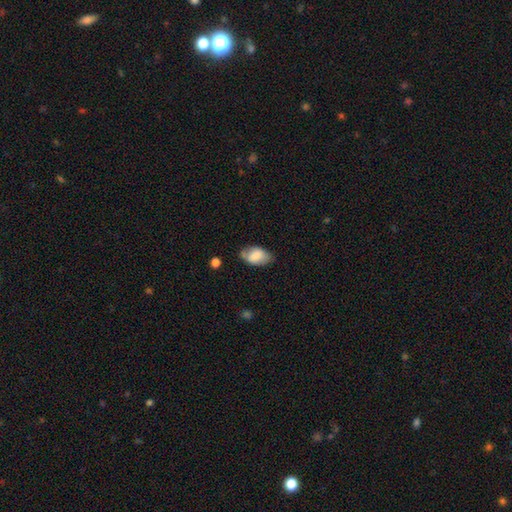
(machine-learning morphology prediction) This appears to be a smooth galaxy with no disk features (76%) that is in between round and cigar-shaped (92%). Merging: none (61%).